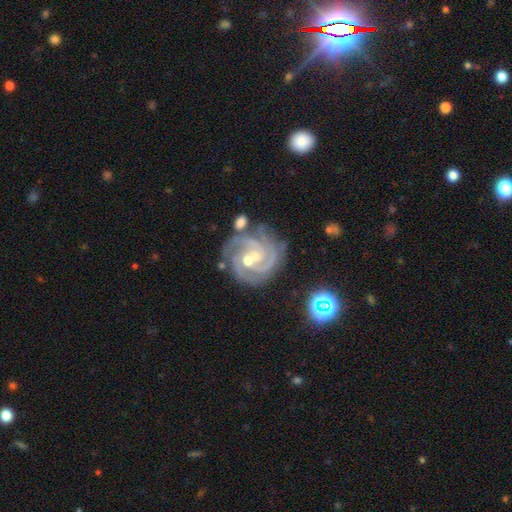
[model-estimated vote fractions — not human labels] smooth_or_featured: featured or disk (p=0.90) [alt: star or artifact p=0.07]
disk_edge_on: no (p=0.98) [alt: yes p=0.02]
bar: no (p=0.57) [alt: weak p=0.31]
has_spiral_arms: yes (p=0.98) [alt: no p=0.02]
spiral_winding: tight (p=0.69) [alt: medium p=0.28]
spiral_arm_count: 3 (p=0.45) [alt: 4 p=0.22]
bulge_size: small (p=0.58) [alt: moderate p=0.38]
merging: none (p=0.68) [alt: minor disturbance p=0.19]